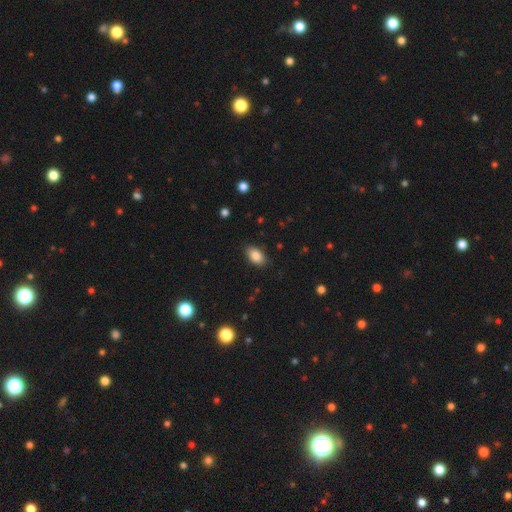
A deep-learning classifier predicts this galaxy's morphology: smooth-or-featured: smooth: 87% | star or artifact: 8% | featured or disk: 5%
  how-rounded: in between: 91% | round: 7% | cigar-shaped: 2%
  merging: none: 86% | minor disturbance: 10% | major disturbance: 3% | merger: 1%